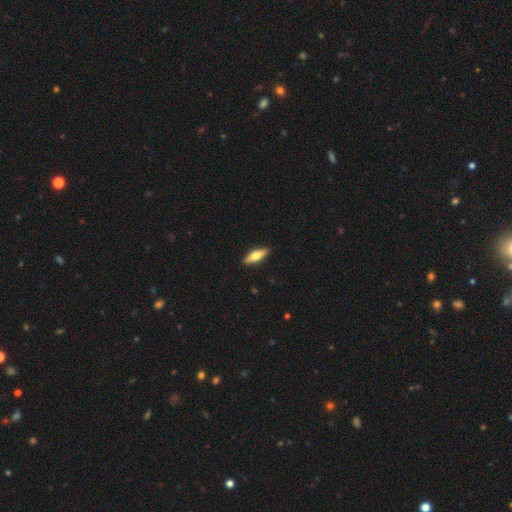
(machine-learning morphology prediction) The model was most divided on "how rounded": in between: 56%, cigar-shaped: 41%, round: 3%. More confident: merging — none (90%); smooth or featured — smooth (58%).